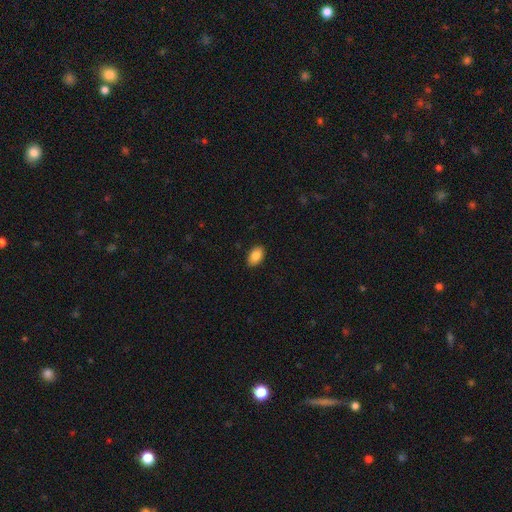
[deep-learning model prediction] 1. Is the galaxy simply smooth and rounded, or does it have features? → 87% smooth, 7% star or artifact, 5% featured or disk.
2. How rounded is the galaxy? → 92% in between, 7% round, 1% cigar-shaped.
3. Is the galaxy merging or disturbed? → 89% none, 8% minor disturbance, 2% major disturbance, 1% merger.